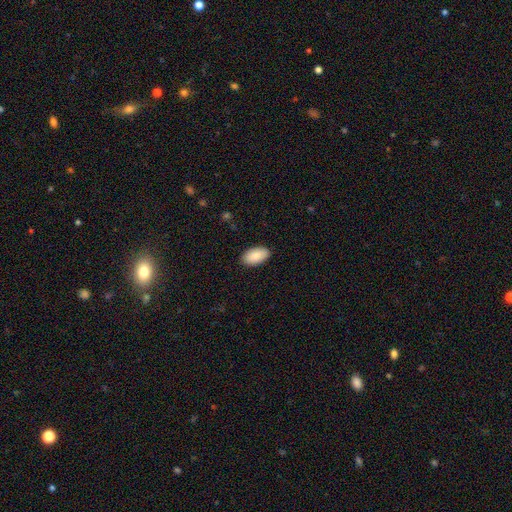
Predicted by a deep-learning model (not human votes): smooth 85%, featured or disk 8%, star or artifact 6%. Down the decision tree: how rounded — in between (95%); merging — none (89%).